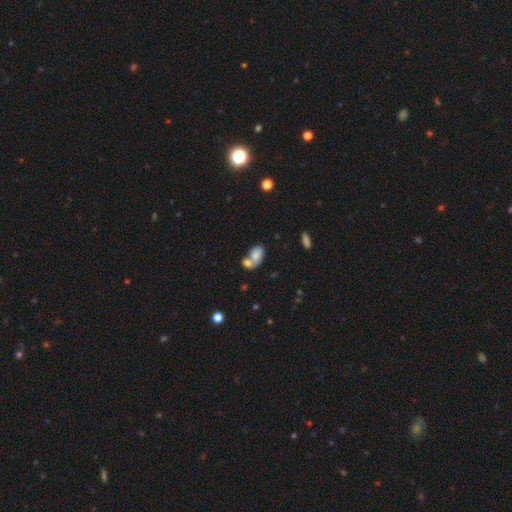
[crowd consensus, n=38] Overall: smooth (82%). How rounded: in between (94%). Merging: merger (50%; none 32%).